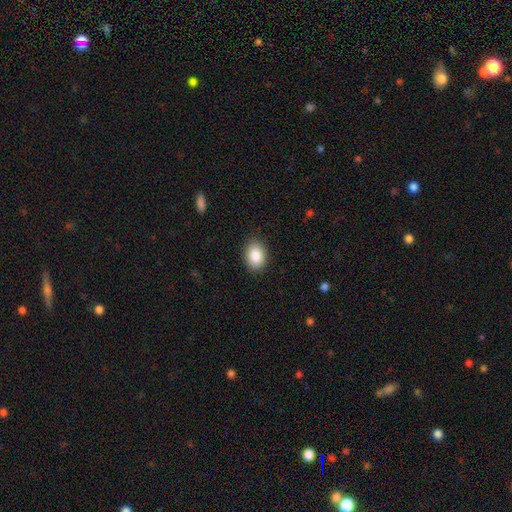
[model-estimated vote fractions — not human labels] smooth 87%, star or artifact 8%, featured or disk 6%. Down the decision tree: how rounded — in between (75%); merging — none (88%).